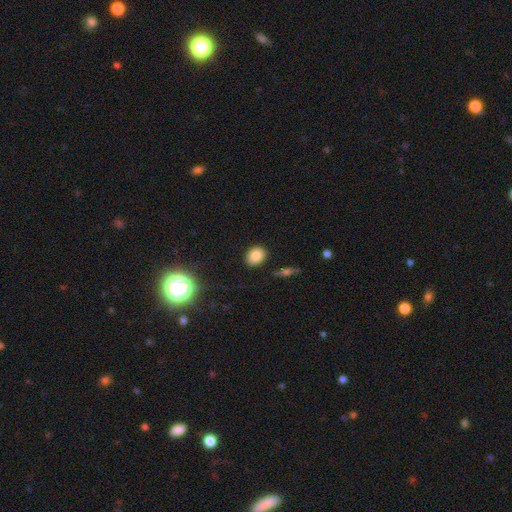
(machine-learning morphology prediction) A smooth galaxy with no disk features (83%) that is in between round and cigar-shaped (53%).

Vote fractions:
- Smooth or featured? smooth: 83% / star or artifact: 11% / featured or disk: 6%
- How rounded? in between: 53% / round: 46% / cigar-shaped: 2%
- Merging? none: 87% / minor disturbance: 9% / major disturbance: 2% / merger: 2%